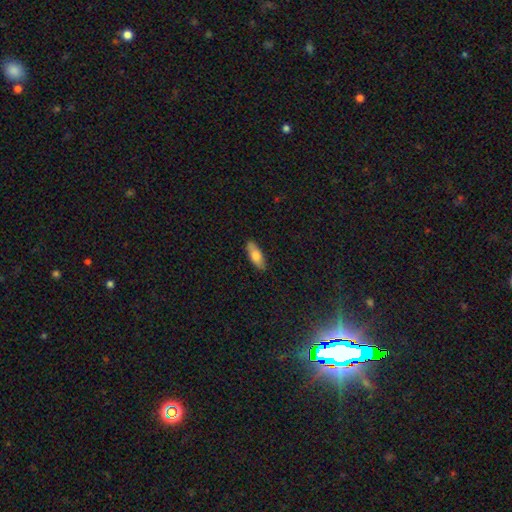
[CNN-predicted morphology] Smooth or featured? smooth (72%)
How rounded? in between (67%)
Merging? none (87%)